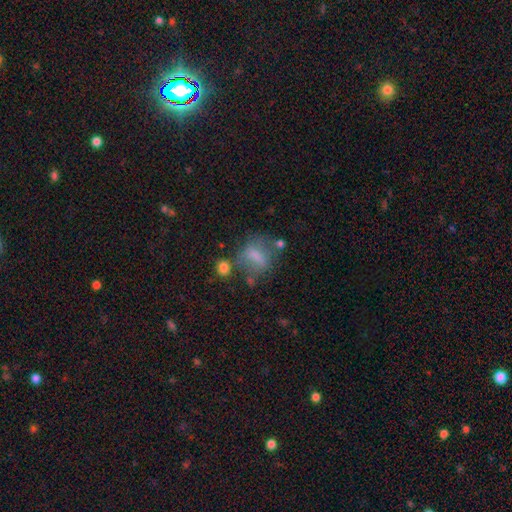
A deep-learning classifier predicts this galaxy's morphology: smooth_or_featured: smooth (p=0.63) [alt: featured or disk p=0.25]
how_rounded: in between (p=0.55) [alt: round p=0.40]
merging: none (p=0.47) [alt: minor disturbance p=0.23]